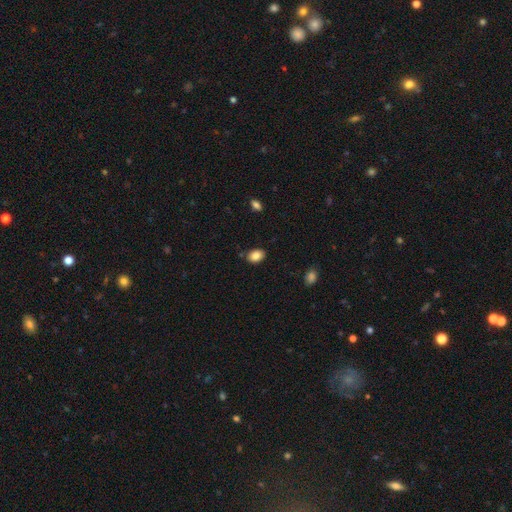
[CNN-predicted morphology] A smooth galaxy with no disk features (85%) that is in between round and cigar-shaped (81%).

Vote fractions:
- Smooth or featured? smooth: 85% / star or artifact: 8% / featured or disk: 7%
- How rounded? in between: 81% / round: 18% / cigar-shaped: 1%
- Merging? none: 83% / minor disturbance: 12% / merger: 2% / major disturbance: 2%